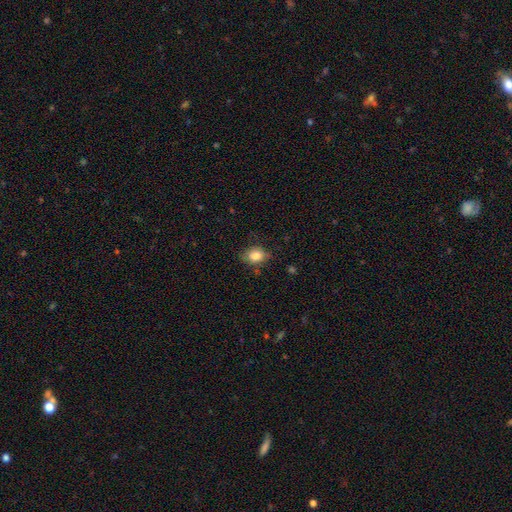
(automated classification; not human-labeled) smooth 84%, star or artifact 9%, featured or disk 7%. Down the decision tree: how rounded — in between (63%); merging — none (72%).